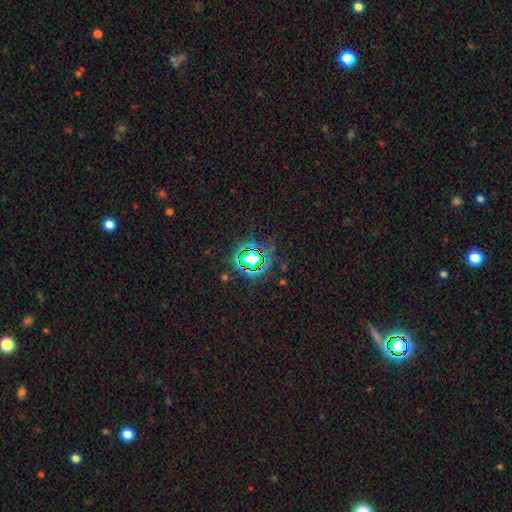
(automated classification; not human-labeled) Q: Smooth or featured?
A: star or artifact (73%); runner-up: smooth (17%)